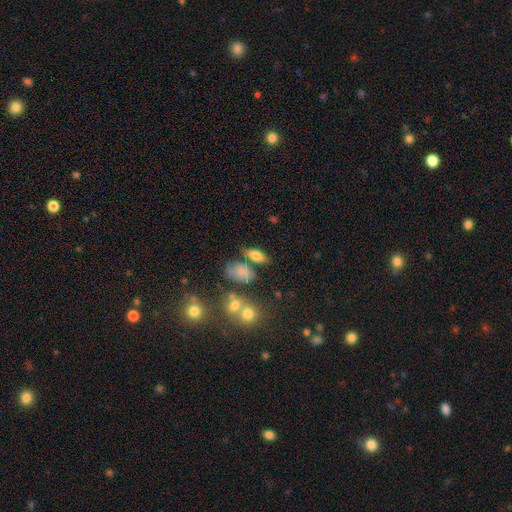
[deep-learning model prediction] smooth 72%, featured or disk 18%, star or artifact 10%. Down the decision tree: how rounded — in between (78%); merging — none (67%).